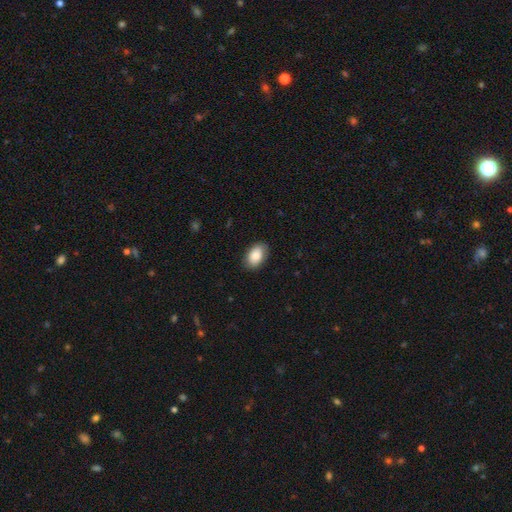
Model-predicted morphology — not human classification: Q: Smooth or featured?
A: smooth (85%); runner-up: featured or disk (8%)
Q: How rounded?
A: in between (91%); runner-up: round (8%)
Q: Merging?
A: none (86%); runner-up: minor disturbance (11%)